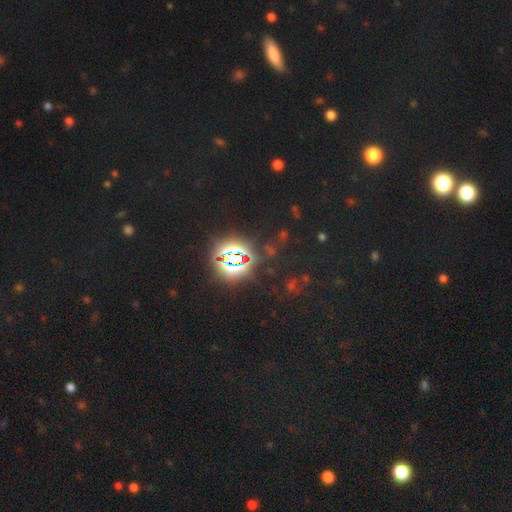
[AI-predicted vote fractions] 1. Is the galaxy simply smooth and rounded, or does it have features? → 75% star or artifact, 17% smooth, 7% featured or disk.